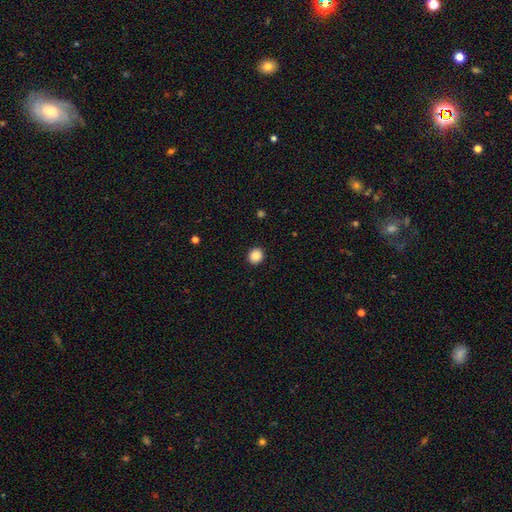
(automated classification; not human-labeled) This appears to be a smooth galaxy with no disk features (87%) that is round (85%). Merging: none (92%).